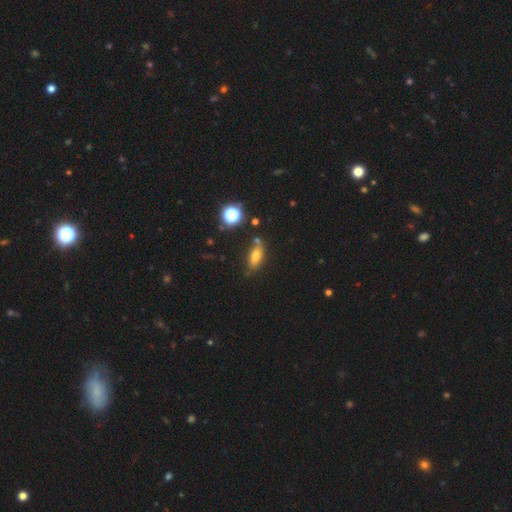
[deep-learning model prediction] Morphology: type=smooth (70%); roundness=in between (71%); merging=none (66%).